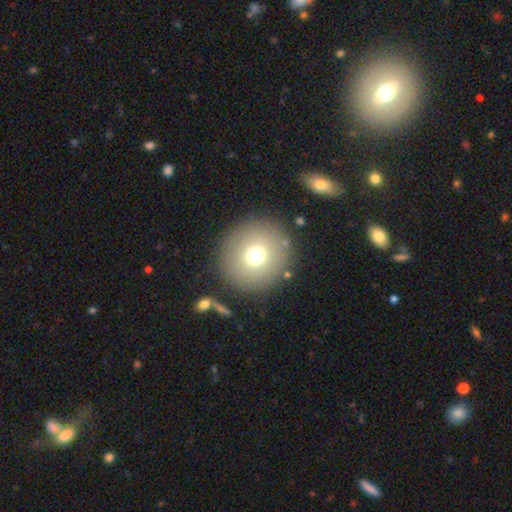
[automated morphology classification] A smooth galaxy with no disk features (72%) that is round (93%).

Vote fractions:
- Smooth or featured? smooth: 72% / featured or disk: 15% / star or artifact: 13%
- How rounded? round: 93% / in between: 6% / cigar-shaped: 1%
- Merging? none: 87% / minor disturbance: 7% / major disturbance: 4% / merger: 3%